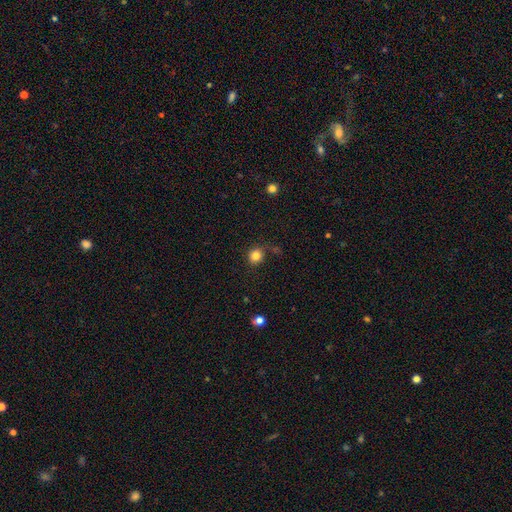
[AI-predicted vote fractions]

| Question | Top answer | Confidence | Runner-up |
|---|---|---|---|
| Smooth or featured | smooth | 83% | star or artifact (12%) |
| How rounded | round | 87% | in between (12%) |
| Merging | none | 81% | minor disturbance (11%) |